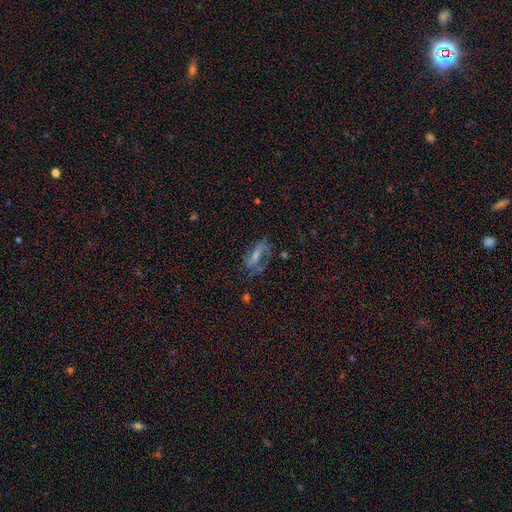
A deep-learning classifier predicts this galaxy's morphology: Overall: featured or disk (46%; star or artifact 28%). Merging: none (55%; minor disturbance 20%).